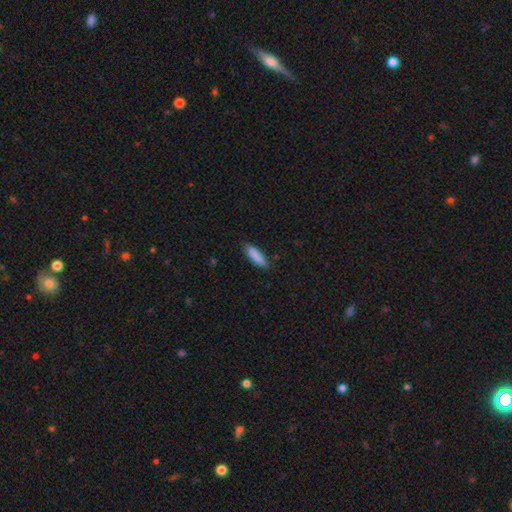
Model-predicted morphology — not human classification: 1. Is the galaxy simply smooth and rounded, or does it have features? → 88% smooth, 6% star or artifact, 6% featured or disk.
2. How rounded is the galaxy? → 52% cigar-shaped, 47% in between, 2% round.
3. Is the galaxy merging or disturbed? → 84% none, 13% minor disturbance, 2% major disturbance, 1% merger.